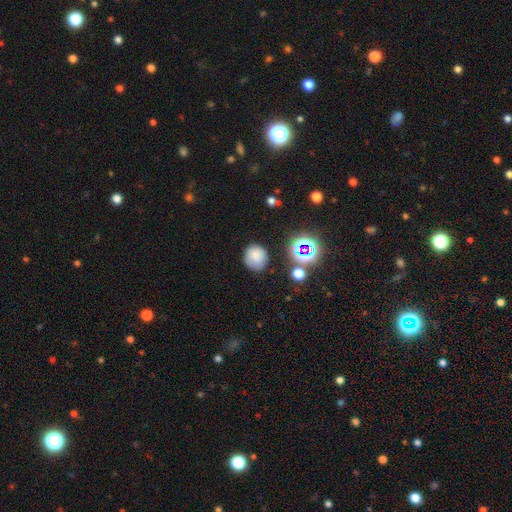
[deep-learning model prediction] Smooth or featured?
  - smooth: 75% *
  - star or artifact: 14%
  - featured or disk: 10%
How rounded?
  - round: 83% *
  - in between: 16%
  - cigar-shaped: 1%
Merging?
  - none: 73% *
  - minor disturbance: 17%
  - major disturbance: 6%
  - merger: 4%